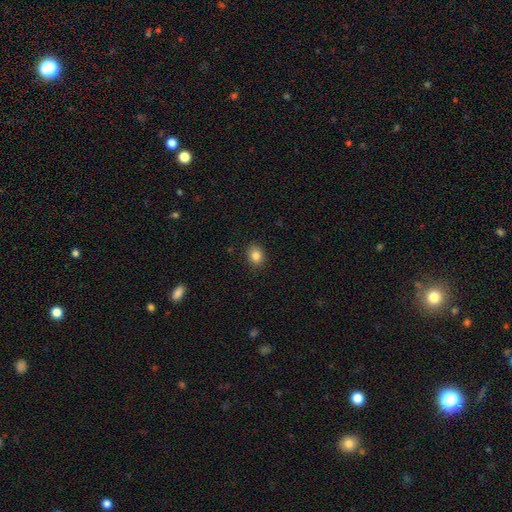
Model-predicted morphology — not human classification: Q: Smooth or featured?
A: smooth (84%); runner-up: star or artifact (10%)
Q: How rounded?
A: round (51%); runner-up: in between (49%)
Q: Merging?
A: none (88%); runner-up: minor disturbance (9%)